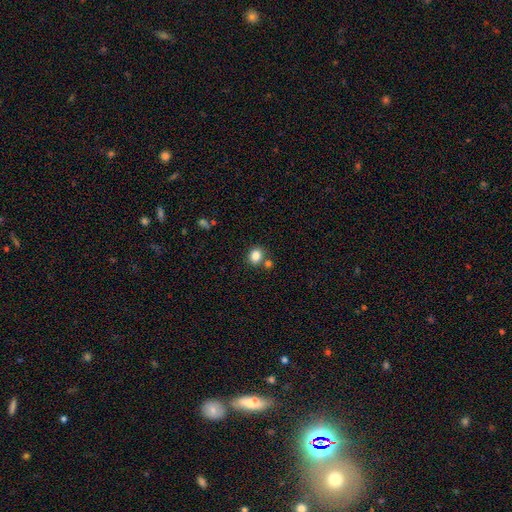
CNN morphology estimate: A smooth galaxy with no disk features (83%) that is round (70%).

Vote fractions:
- Smooth or featured? smooth: 83% / star or artifact: 11% / featured or disk: 6%
- How rounded? round: 70% / in between: 29% / cigar-shaped: 1%
- Merging? none: 71% / merger: 16% / minor disturbance: 10% / major disturbance: 3%